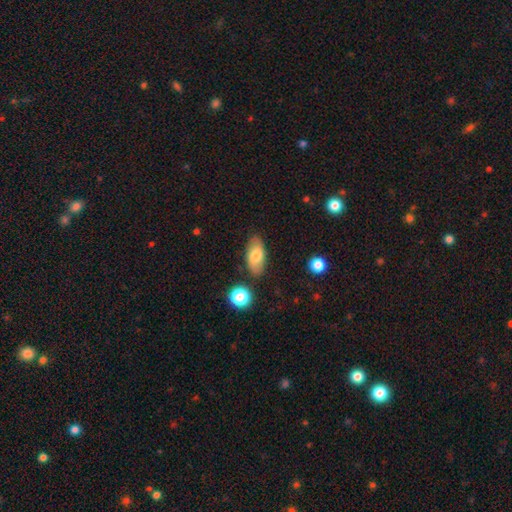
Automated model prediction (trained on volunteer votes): A smooth galaxy with no disk features (73%) that is in between round and cigar-shaped (90%). Merging: none (81%).